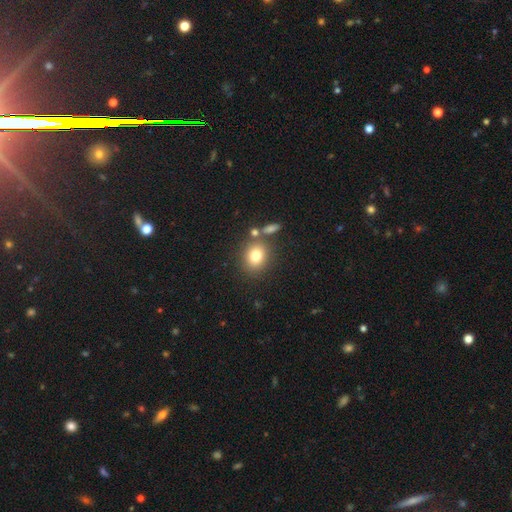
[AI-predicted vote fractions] The model was most divided on "how rounded": round: 62%, in between: 37%, cigar-shaped: 1%. More confident: smooth or featured — smooth (79%); merging — none (72%).